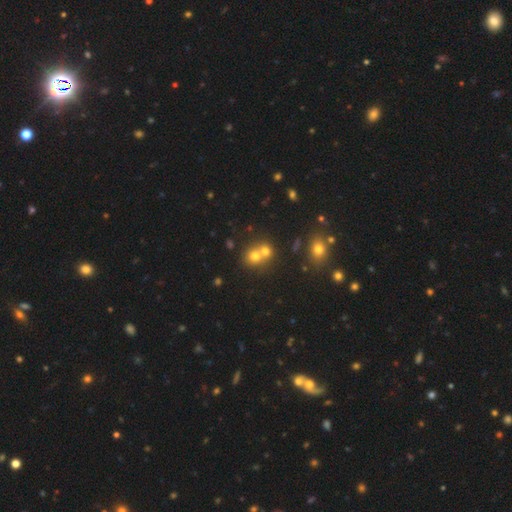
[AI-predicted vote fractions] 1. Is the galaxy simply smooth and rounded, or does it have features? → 68% smooth, 17% star or artifact, 15% featured or disk.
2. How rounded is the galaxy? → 78% round, 21% in between, 1% cigar-shaped.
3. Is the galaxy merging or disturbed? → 55% merger, 38% none, 5% minor disturbance, 2% major disturbance.